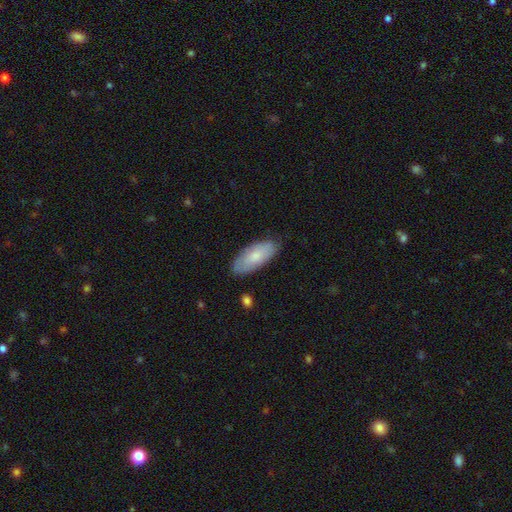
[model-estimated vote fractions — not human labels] A smooth galaxy with no disk features (74%) that is in between round and cigar-shaped (86%). Merging: none (81%).